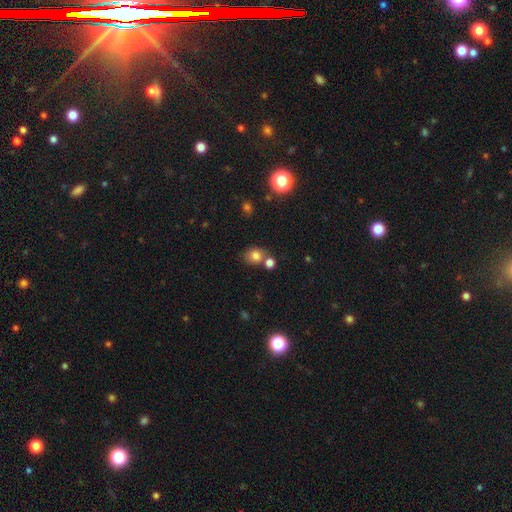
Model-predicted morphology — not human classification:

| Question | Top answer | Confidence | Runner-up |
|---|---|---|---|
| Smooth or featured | smooth | 79% | star or artifact (13%) |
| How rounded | round | 65% | in between (34%) |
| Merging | none | 60% | merger (24%) |